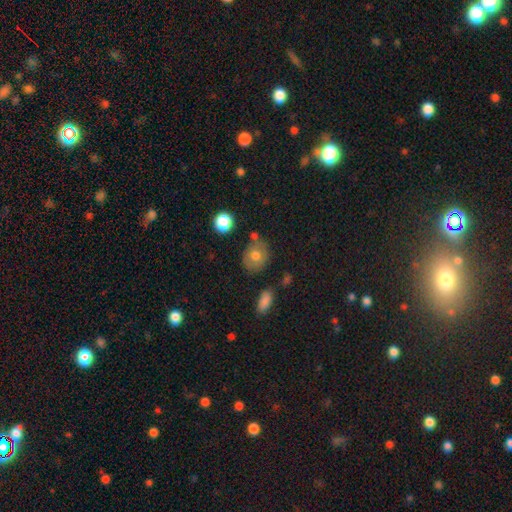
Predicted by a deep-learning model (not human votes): This is likely a smooth galaxy (70%). How rounded: likely round (62%). Merging: likely none (64%).